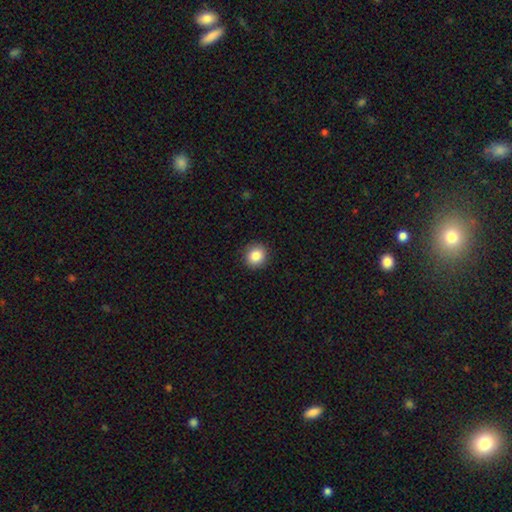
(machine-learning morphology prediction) Overall: smooth (86%). How rounded: round (85%). Merging: none (91%).